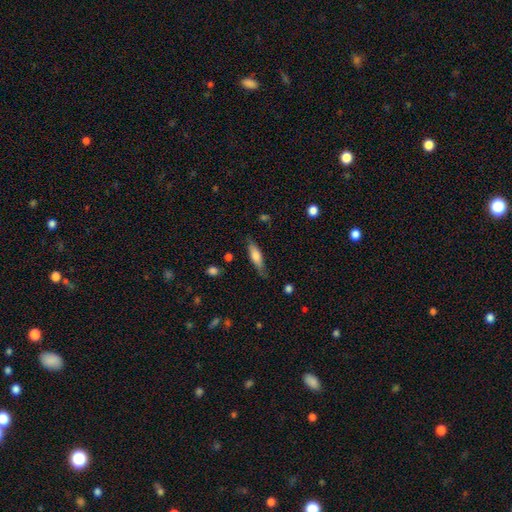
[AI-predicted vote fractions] Q: Smooth or featured?
A: smooth (65%); runner-up: featured or disk (28%)
Q: How rounded?
A: cigar-shaped (62%); runner-up: in between (36%)
Q: Merging?
A: none (74%); runner-up: minor disturbance (20%)